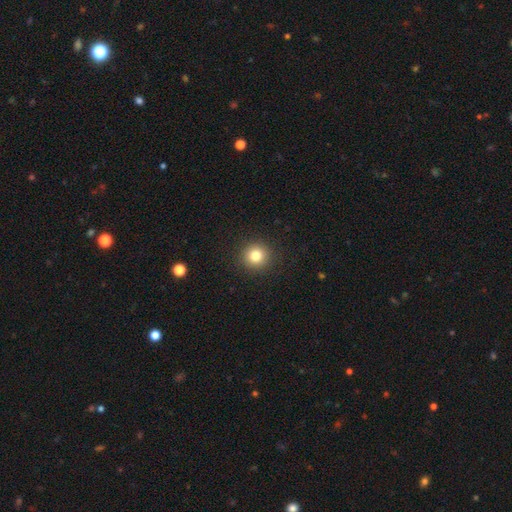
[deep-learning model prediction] Q: Smooth or featured?
A: smooth (81%); runner-up: star or artifact (12%)
Q: How rounded?
A: round (94%); runner-up: in between (5%)
Q: Merging?
A: none (92%); runner-up: minor disturbance (5%)